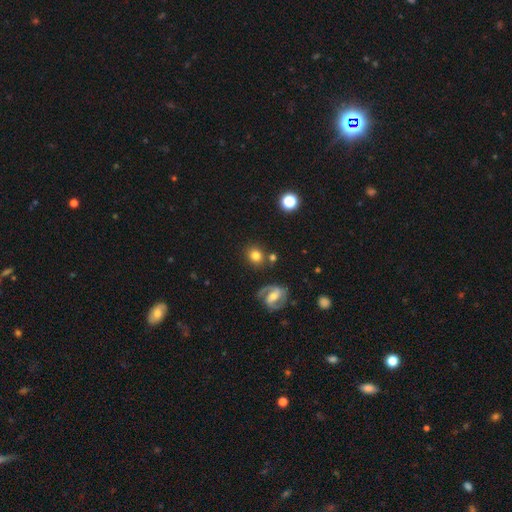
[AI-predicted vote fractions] The model was most divided on "smooth or featured": smooth: 75%, featured or disk: 15%, star or artifact: 10%. More confident: how rounded — round (82%); merging — none (78%).